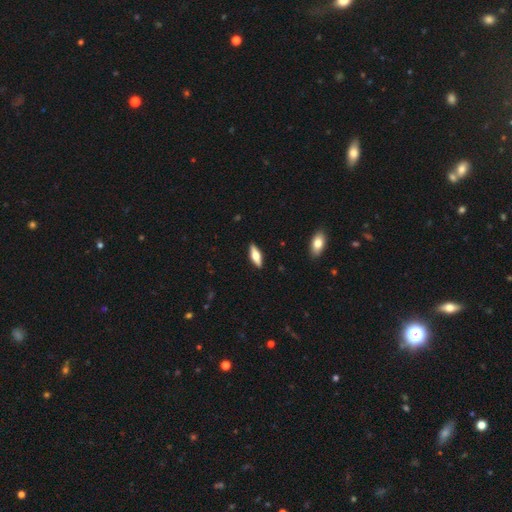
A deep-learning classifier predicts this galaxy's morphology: A smooth galaxy with no disk features (49%). Merging: none (89%).